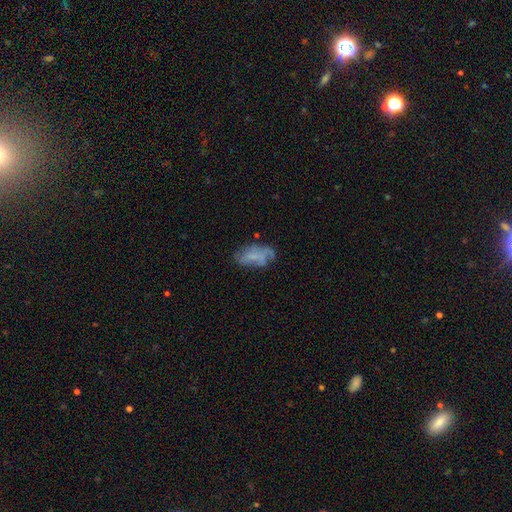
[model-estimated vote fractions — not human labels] smooth-or-featured: smooth: 48% | featured or disk: 42% | star or artifact: 10%
  merging: none: 51% | minor disturbance: 28% | major disturbance: 18% | merger: 4%